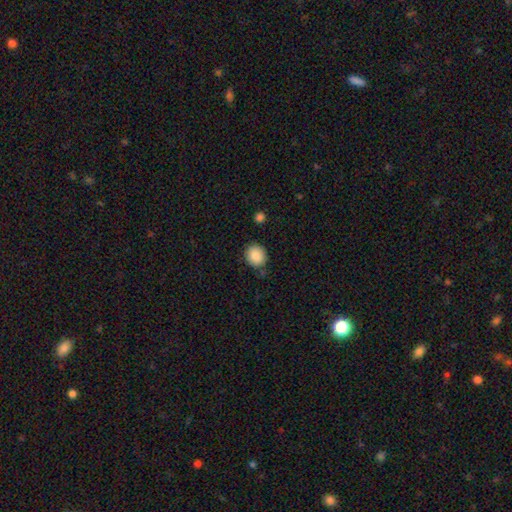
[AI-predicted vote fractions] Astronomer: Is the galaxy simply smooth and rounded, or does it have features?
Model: smooth — 88%.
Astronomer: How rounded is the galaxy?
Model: round — 77%.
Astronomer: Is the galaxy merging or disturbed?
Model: none — 84%.